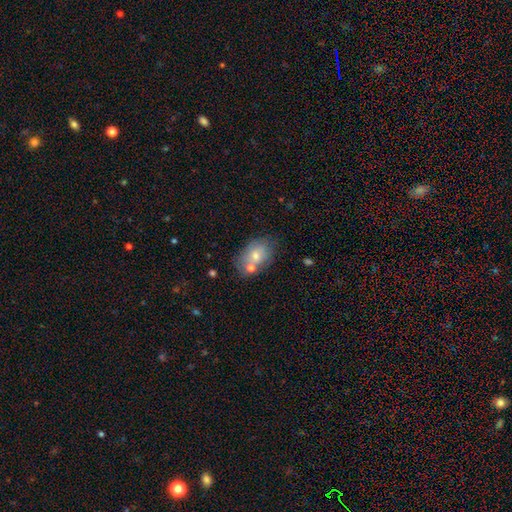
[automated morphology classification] Smooth or featured?
  - smooth: 67% *
  - featured or disk: 23%
  - star or artifact: 10%
How rounded?
  - in between: 75% *
  - round: 24%
  - cigar-shaped: 1%
Merging?
  - none: 58% *
  - merger: 23%
  - minor disturbance: 15%
  - major disturbance: 4%